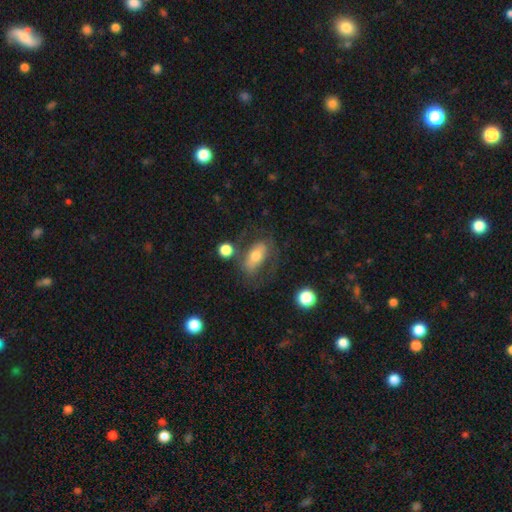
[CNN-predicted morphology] Smooth or featured?
  - smooth: 48% *
  - featured or disk: 44%
  - star or artifact: 8%
Merging?
  - none: 55% *
  - minor disturbance: 19%
  - major disturbance: 16%
  - merger: 11%